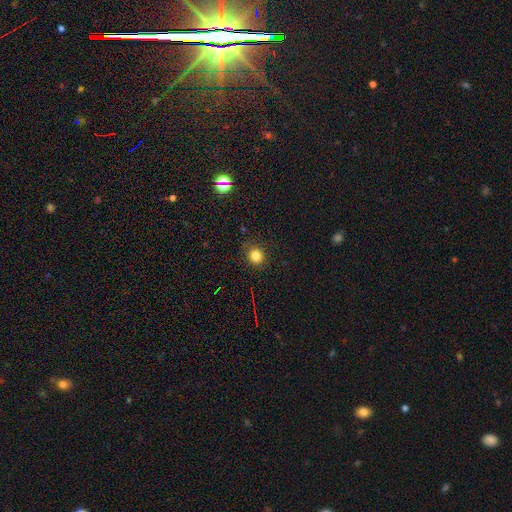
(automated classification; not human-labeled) This appears to be a smooth galaxy with no disk features (80%) that is round (87%). Merging: none (88%).